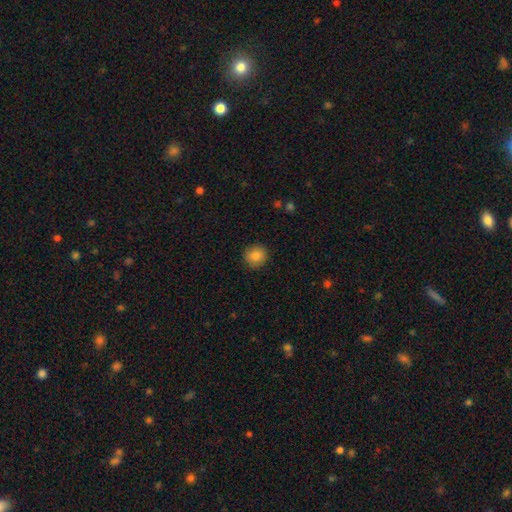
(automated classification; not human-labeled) Q: Smooth or featured?
A: smooth (85%); runner-up: star or artifact (9%)
Q: How rounded?
A: round (90%); runner-up: in between (9%)
Q: Merging?
A: none (90%); runner-up: minor disturbance (7%)